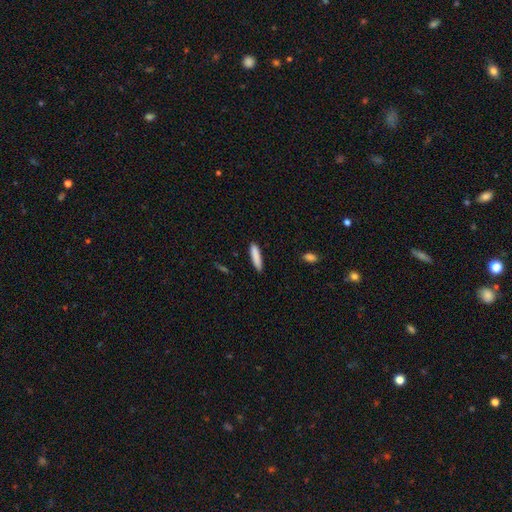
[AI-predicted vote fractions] This is clearly a smooth galaxy (86%). How rounded: clearly cigar-shaped (84%). Merging: clearly none (88%).